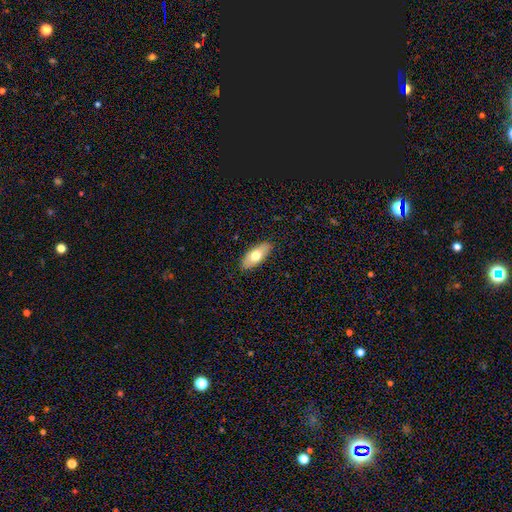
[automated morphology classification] Smooth or featured?
  - smooth: 69% *
  - featured or disk: 25%
  - star or artifact: 6%
How rounded?
  - in between: 83% *
  - cigar-shaped: 14%
  - round: 3%
Merging?
  - none: 88% *
  - minor disturbance: 9%
  - major disturbance: 2%
  - merger: 1%